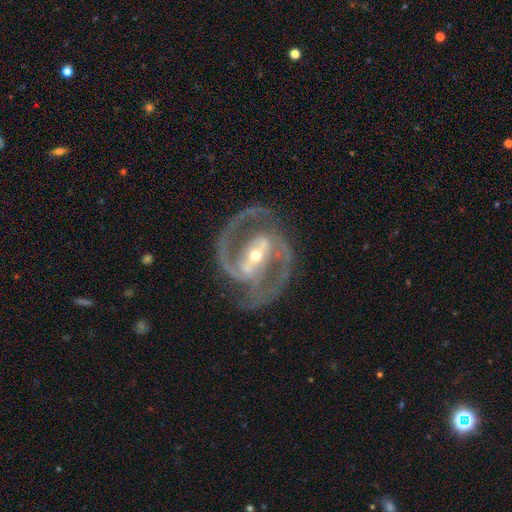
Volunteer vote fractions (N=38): featured or disk 87%, star or artifact 8%, smooth 5%. Down the decision tree: edge-on disk — no (91%); bar — strong (80%); spiral arms — yes (93%); spiral arm count — 2 (96%); spiral winding — medium (57%); bulge size — small (50%); merging — none (69%).